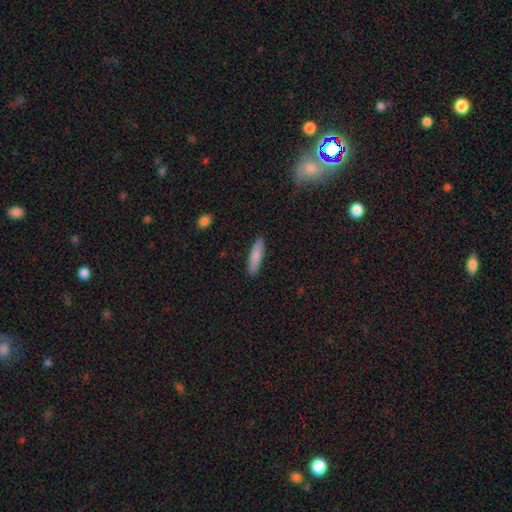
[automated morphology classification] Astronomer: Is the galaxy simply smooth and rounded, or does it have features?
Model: smooth — 82%.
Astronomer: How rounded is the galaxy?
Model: cigar-shaped — 75%.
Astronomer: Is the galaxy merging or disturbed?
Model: none — 89%.